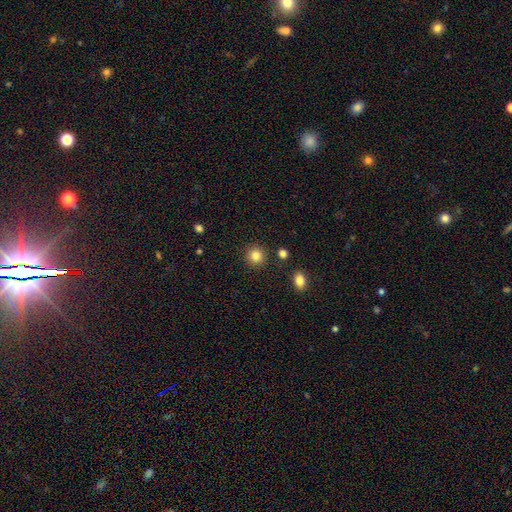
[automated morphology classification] smooth 85%, star or artifact 11%, featured or disk 5%. Down the decision tree: how rounded — round (92%); merging — none (89%).